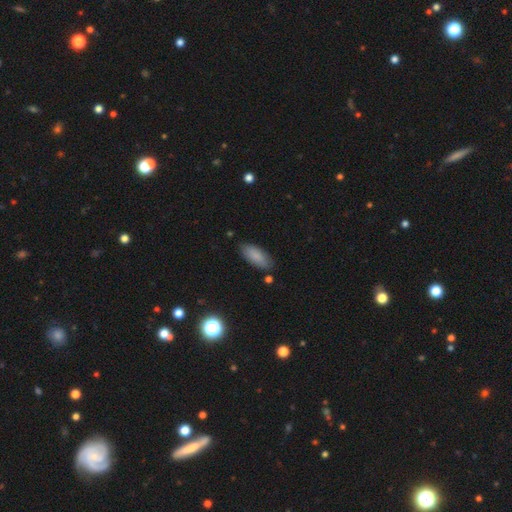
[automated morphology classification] smooth_or_featured: smooth (p=0.84) [alt: featured or disk p=0.09]
how_rounded: in between (p=0.81) [alt: cigar-shaped p=0.18]
merging: none (p=0.81) [alt: minor disturbance p=0.14]